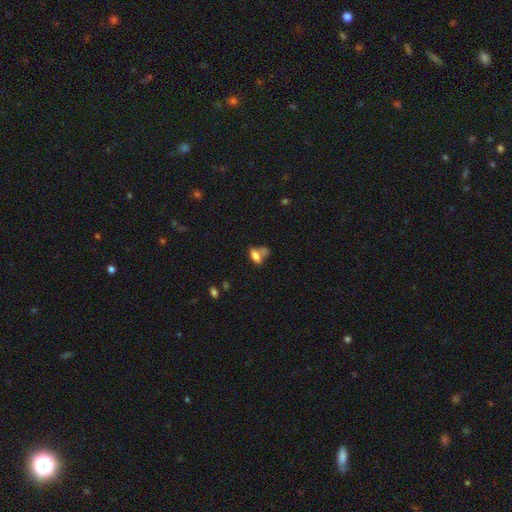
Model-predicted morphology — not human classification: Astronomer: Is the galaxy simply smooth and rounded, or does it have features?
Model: smooth — 71%.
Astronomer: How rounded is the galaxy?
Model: in between — 82%.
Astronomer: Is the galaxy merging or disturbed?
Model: none — 38% (runner-up: merger, 34%).